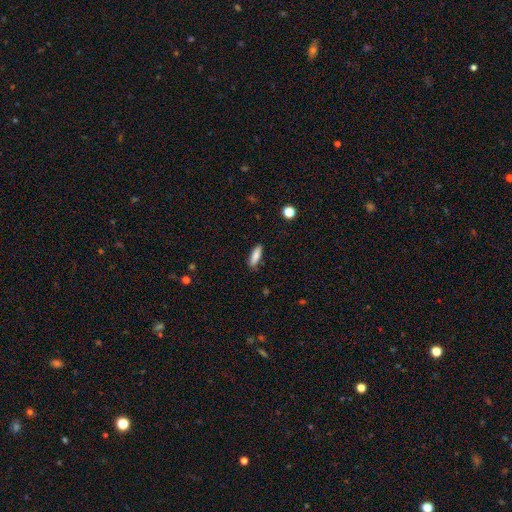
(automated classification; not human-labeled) Morphology: type=smooth (86%); roundness=cigar-shaped (53%); merging=none (86%).